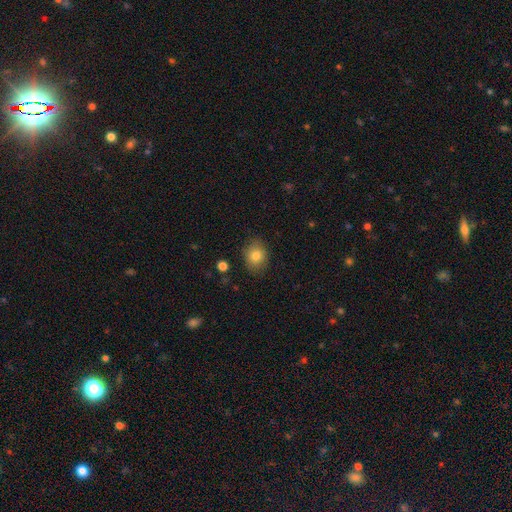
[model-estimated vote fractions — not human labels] Smooth or featured: smooth — 81% (star or artifact — 10%)
How rounded: round — 52% (in between — 48%)
Merging: none — 84% (minor disturbance — 12%)